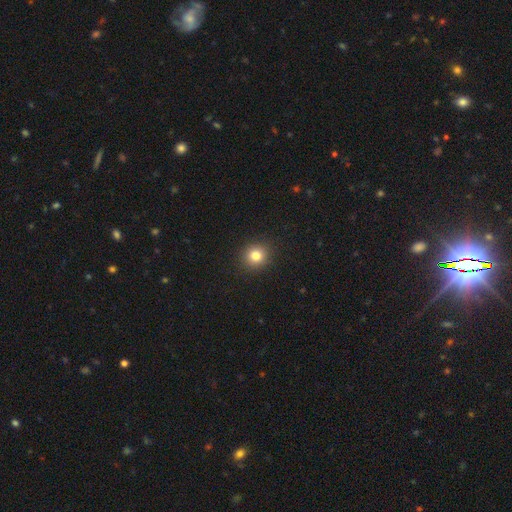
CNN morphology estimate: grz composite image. It shows a smooth galaxy with no disk features (81%) that is round (87%). Merging: none (91%).